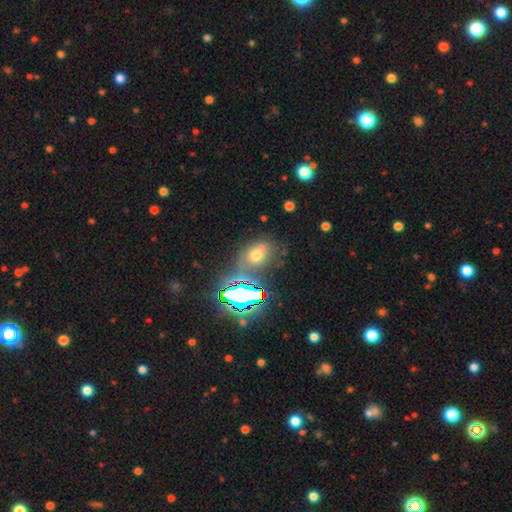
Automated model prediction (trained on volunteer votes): This is possibly a smooth galaxy (53%). How rounded: possibly in between (59%). Merging: possibly none (55%).